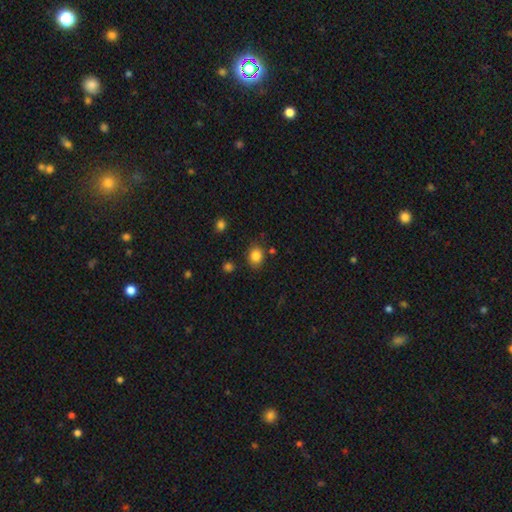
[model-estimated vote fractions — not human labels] Morphology: type=smooth (85%); roundness=round (57%); merging=none (81%).